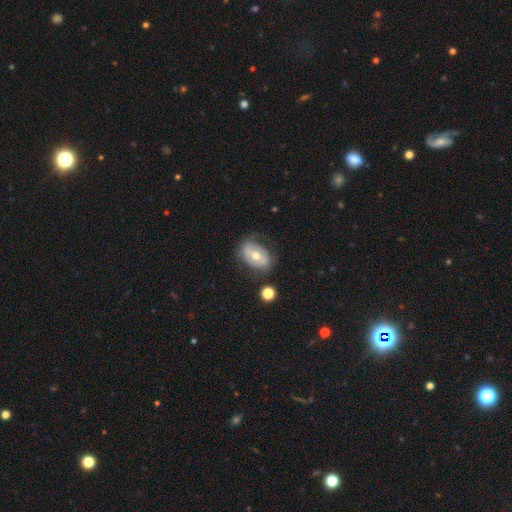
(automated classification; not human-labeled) A featured or disk galaxy (53%). Merging: none (67%).